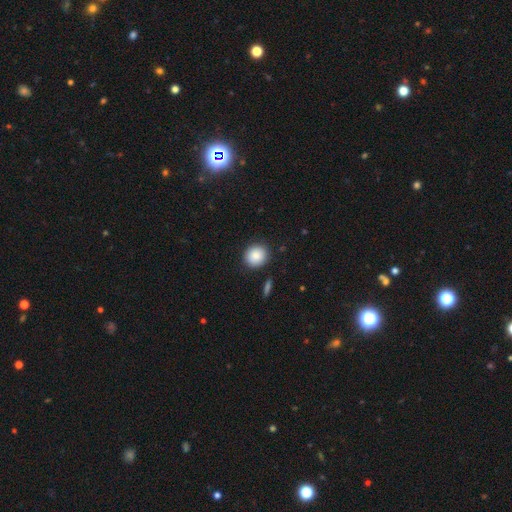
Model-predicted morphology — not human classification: Overall: smooth (87%). How rounded: round (86%). Merging: none (88%).